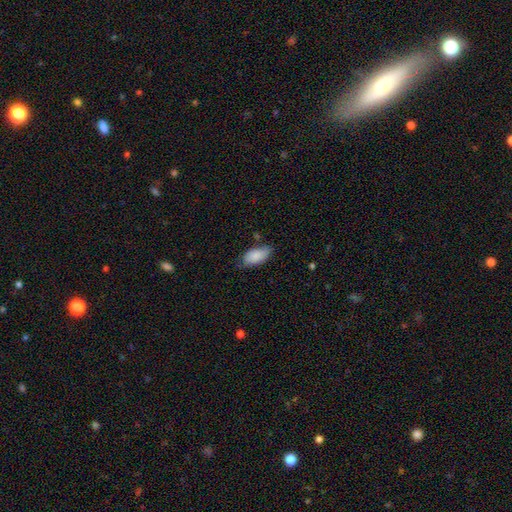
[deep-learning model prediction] Smooth or featured: smooth — 87% (featured or disk — 7%)
How rounded: in between — 93% (cigar-shaped — 5%)
Merging: none — 67% (minor disturbance — 25%)